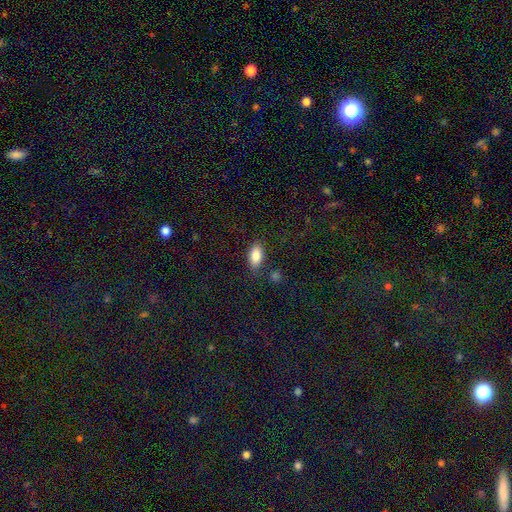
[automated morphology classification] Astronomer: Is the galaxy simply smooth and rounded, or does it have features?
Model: smooth — 84%.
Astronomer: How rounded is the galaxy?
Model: in between — 90%.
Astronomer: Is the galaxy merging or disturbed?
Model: none — 81%.